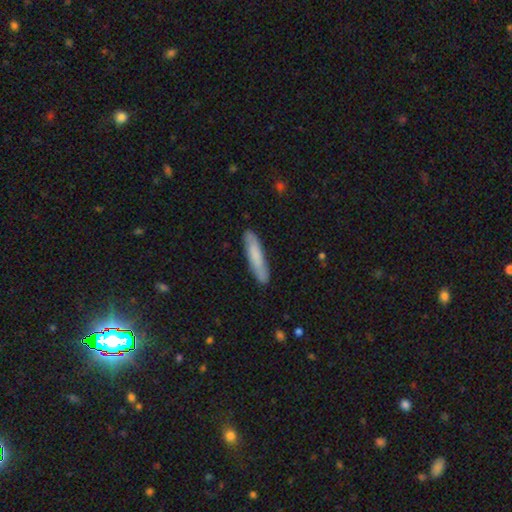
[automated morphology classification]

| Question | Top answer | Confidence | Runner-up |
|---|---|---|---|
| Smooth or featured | smooth | 72% | featured or disk (22%) |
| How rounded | cigar-shaped | 86% | in between (13%) |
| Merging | none | 86% | minor disturbance (11%) |